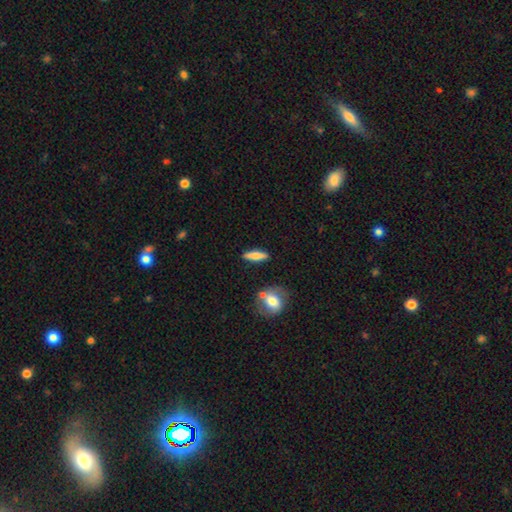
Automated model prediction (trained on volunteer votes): Smooth or featured: smooth — 66% (featured or disk — 27%)
How rounded: cigar-shaped — 66% (in between — 30%)
Merging: none — 85% (minor disturbance — 9%)